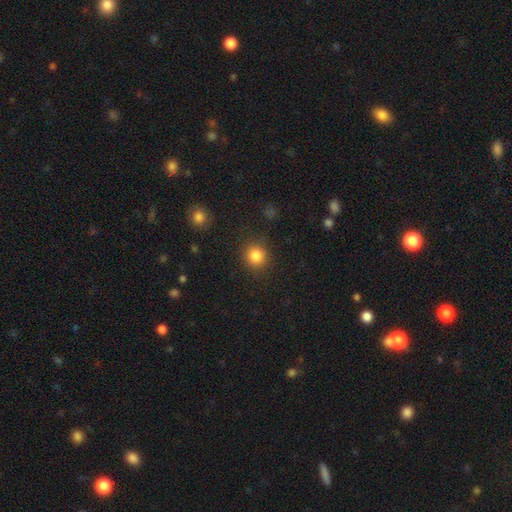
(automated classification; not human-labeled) smooth-or-featured: smooth: 84% | star or artifact: 11% | featured or disk: 5%
  how-rounded: round: 89% | in between: 10% | cigar-shaped: 1%
  merging: none: 88% | minor disturbance: 8% | major disturbance: 3% | merger: 2%